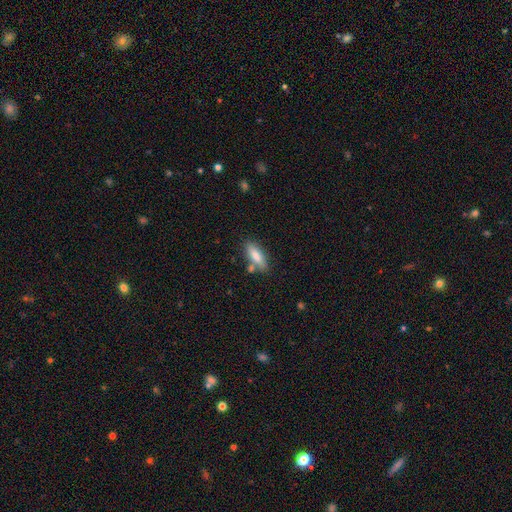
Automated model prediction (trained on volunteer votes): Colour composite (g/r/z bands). It shows a smooth galaxy with no disk features (75%) that is in between round and cigar-shaped (54%). Merging: none (74%).